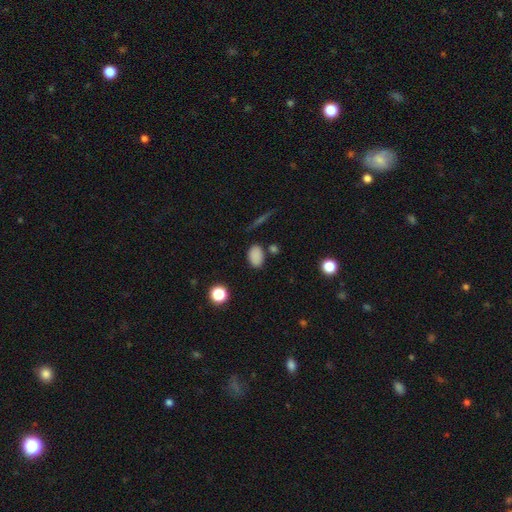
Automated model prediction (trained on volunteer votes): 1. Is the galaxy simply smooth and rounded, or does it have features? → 84% smooth, 11% star or artifact, 5% featured or disk.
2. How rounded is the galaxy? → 87% in between, 12% round, 2% cigar-shaped.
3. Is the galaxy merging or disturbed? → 79% none, 13% minor disturbance, 5% merger, 3% major disturbance.